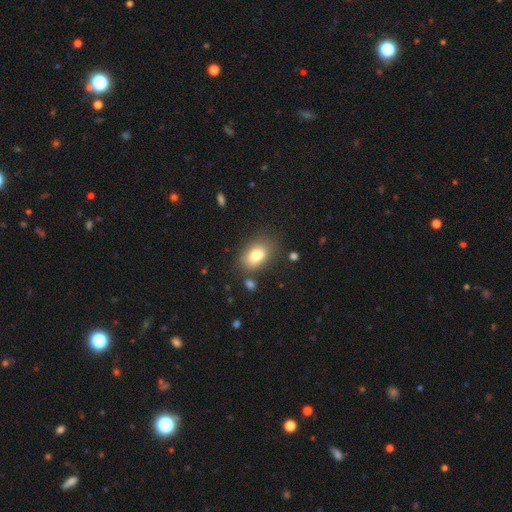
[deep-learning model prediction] Overall: smooth (78%). How rounded: in between (80%). Merging: none (67%).